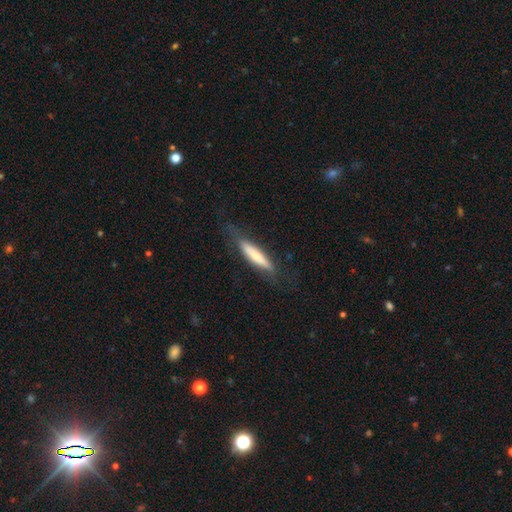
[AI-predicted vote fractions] This appears to be a smooth galaxy with no disk features (63%) that is cigar-shaped (86%). Merging: none (72%).